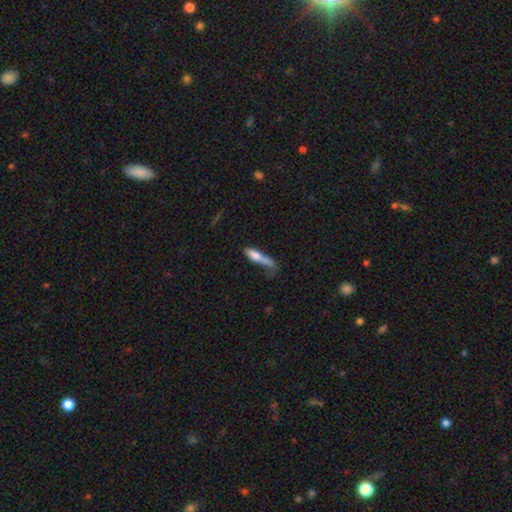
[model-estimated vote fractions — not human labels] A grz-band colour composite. It shows a smooth galaxy with no disk features (69%) that is cigar-shaped (63%). Merging: major disturbance (34%).